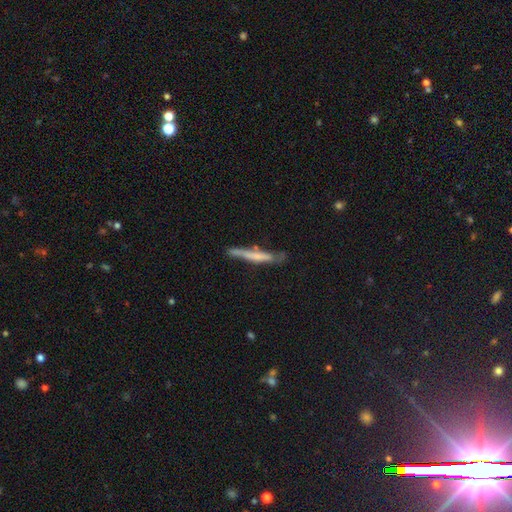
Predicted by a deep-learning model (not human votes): smooth 50%, featured or disk 44%, star or artifact 6%. Down the decision tree: merging — none (62%).